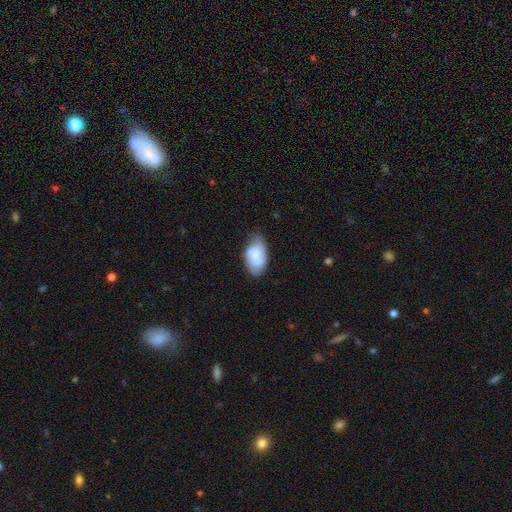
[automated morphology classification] smooth_or_featured: smooth (p=0.59) [alt: featured or disk p=0.34]
how_rounded: in between (p=0.91) [alt: round p=0.07]
merging: none (p=0.54) [alt: minor disturbance p=0.32]